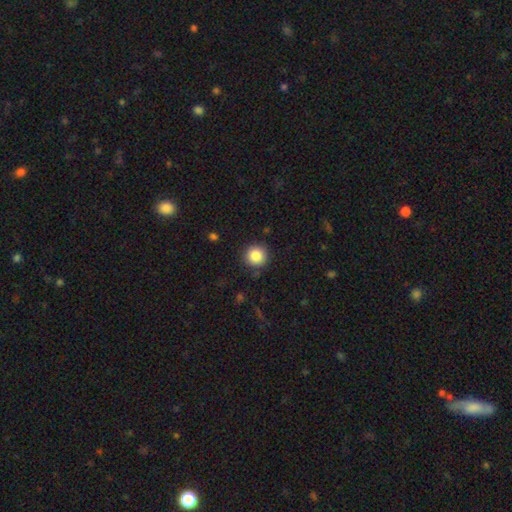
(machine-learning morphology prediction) Q: Smooth or featured?
A: smooth (85%); runner-up: star or artifact (10%)
Q: How rounded?
A: round (95%); runner-up: in between (4%)
Q: Merging?
A: none (90%); runner-up: minor disturbance (7%)